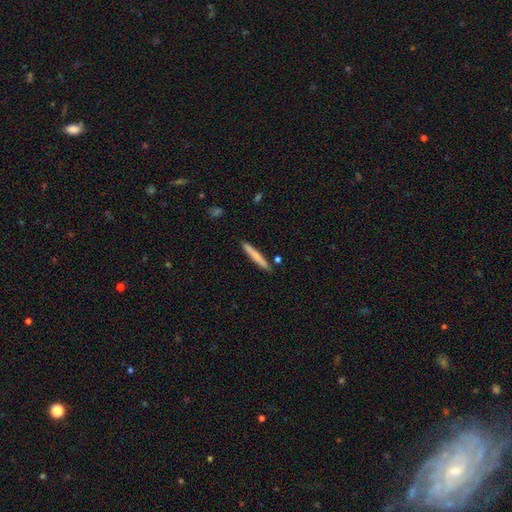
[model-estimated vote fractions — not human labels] The model was most divided on "smooth or featured": smooth: 73%, featured or disk: 21%, star or artifact: 6%. More confident: how rounded — cigar-shaped (95%); merging — none (87%).